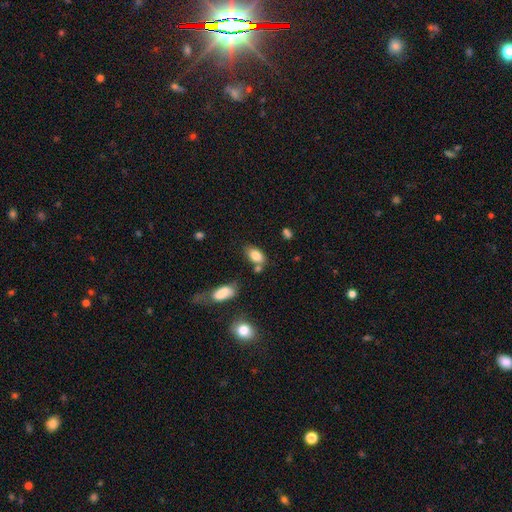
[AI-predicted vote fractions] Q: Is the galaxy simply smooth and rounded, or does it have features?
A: smooth — 82%.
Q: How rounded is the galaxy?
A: in between — 90%.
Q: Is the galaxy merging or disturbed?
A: none — 64%.